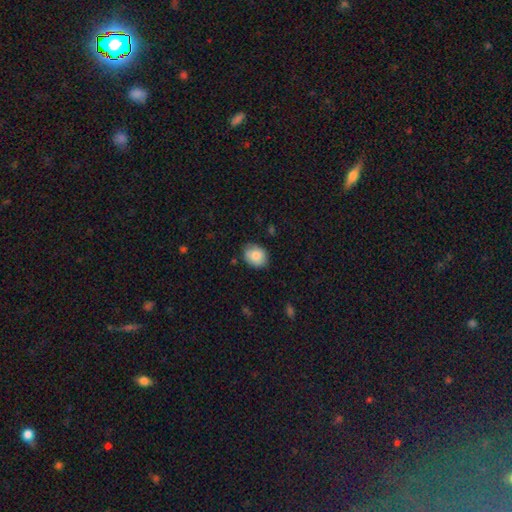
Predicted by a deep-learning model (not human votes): Smooth or featured? smooth (83%)
How rounded? in between (53%)
Merging? none (77%)